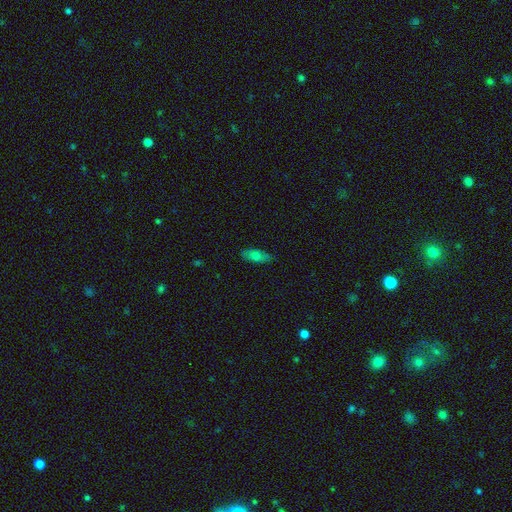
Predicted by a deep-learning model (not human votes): Morphology: type=smooth (70%); roundness=in between (76%); merging=none (83%).